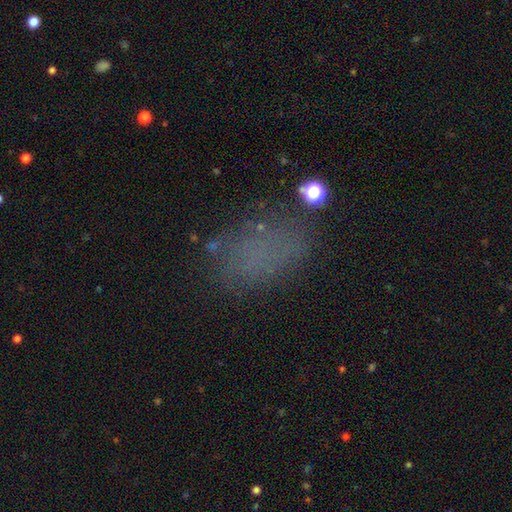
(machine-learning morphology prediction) Q: Smooth or featured?
A: smooth (59%); runner-up: star or artifact (26%)
Q: How rounded?
A: in between (83%); runner-up: round (14%)
Q: Merging?
A: none (66%); runner-up: minor disturbance (18%)